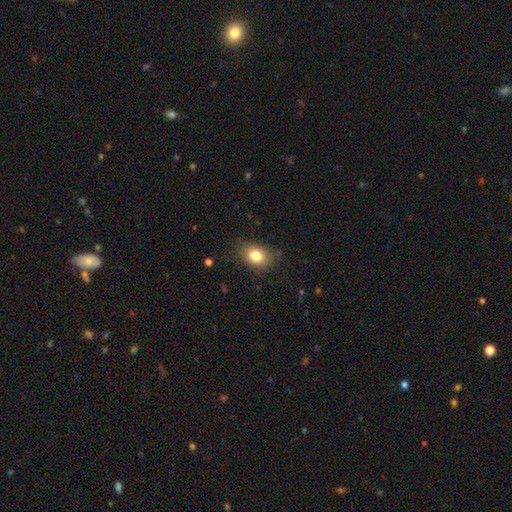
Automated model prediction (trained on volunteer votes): A smooth galaxy with no disk features (82%) that is in between round and cigar-shaped (69%). Merging: none (78%).